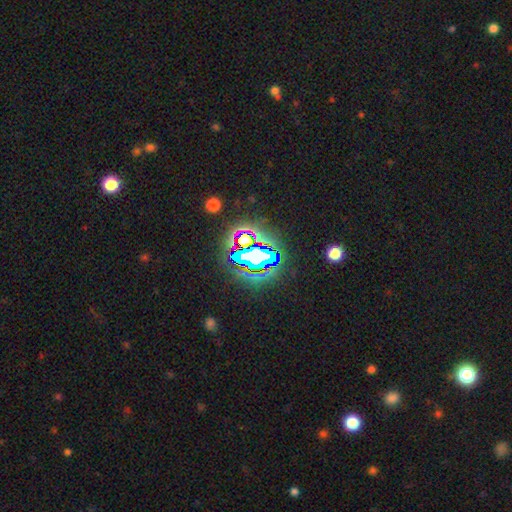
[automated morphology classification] Smooth or featured? star or artifact (71%)